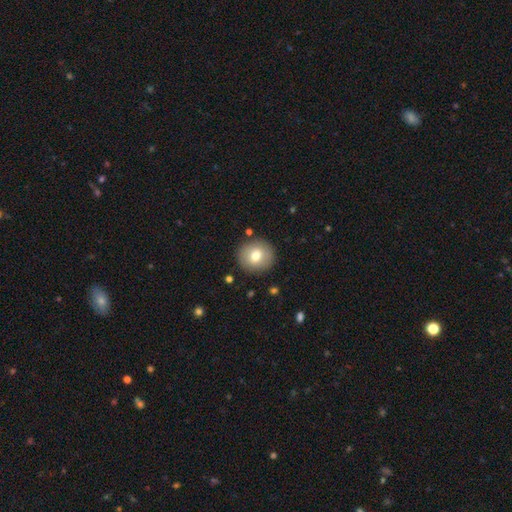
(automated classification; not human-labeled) A smooth galaxy with no disk features (75%) that is round (89%).

Vote fractions:
- Smooth or featured? smooth: 75% / featured or disk: 17% / star or artifact: 8%
- How rounded? round: 89% / in between: 10% / cigar-shaped: 1%
- Merging? none: 89% / minor disturbance: 7% / major disturbance: 2% / merger: 2%